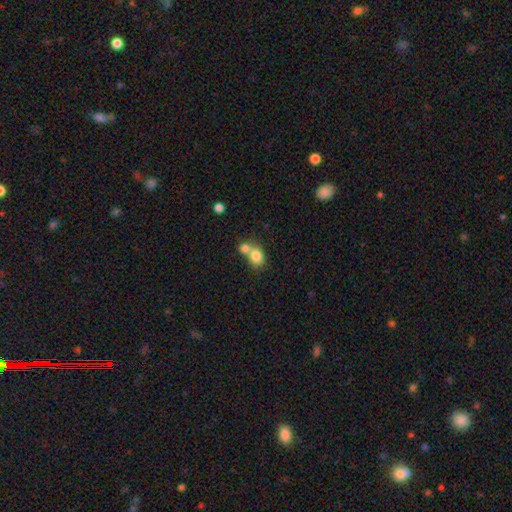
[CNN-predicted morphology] Q: Smooth or featured?
A: smooth (80%); runner-up: featured or disk (10%)
Q: How rounded?
A: round (57%); runner-up: in between (42%)
Q: Merging?
A: merger (59%); runner-up: none (31%)